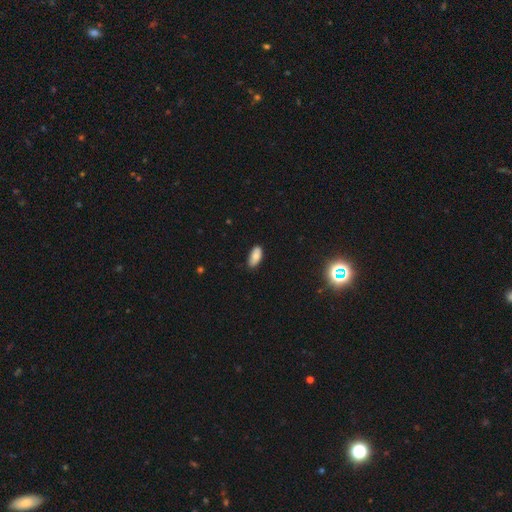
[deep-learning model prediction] Smooth or featured? smooth (82%)
How rounded? in between (93%)
Merging? none (76%)